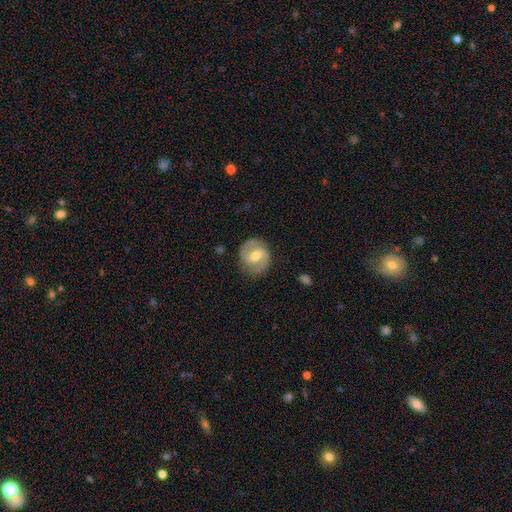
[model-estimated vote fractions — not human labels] smooth-or-featured: featured or disk: 78% | smooth: 17% | star or artifact: 5%
  disk-edge-on: no: 97% | yes: 3%
    bar: weak: 50% | strong: 29% | no: 21%
    has-spiral-arms: yes: 92% | no: 8%
      spiral-winding: medium: 52% | tight: 30% | loose: 18%
      spiral-arm-count: 2: 90% | can't tell: 5% | 1: 2% | 3: 1% | 4: 1% | more than 4: 1%
    bulge-size: moderate: 65% | small: 29% | large: 4% | none: 1% | dominant: 1%
  merging: none: 82% | minor disturbance: 13% | major disturbance: 4% | merger: 1%